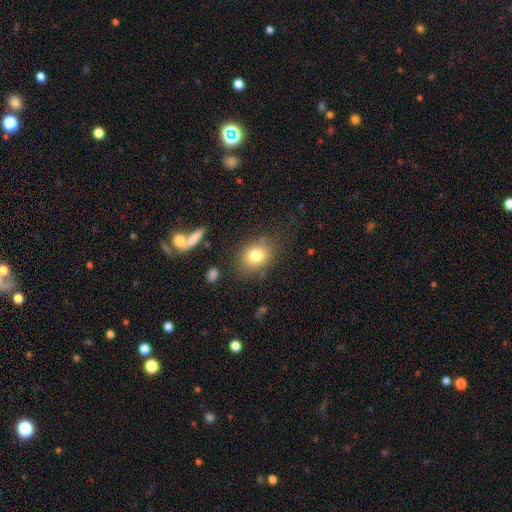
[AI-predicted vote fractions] Smooth or featured: smooth — 78% (featured or disk — 11%)
How rounded: round — 56% (in between — 43%)
Merging: none — 78% (minor disturbance — 13%)